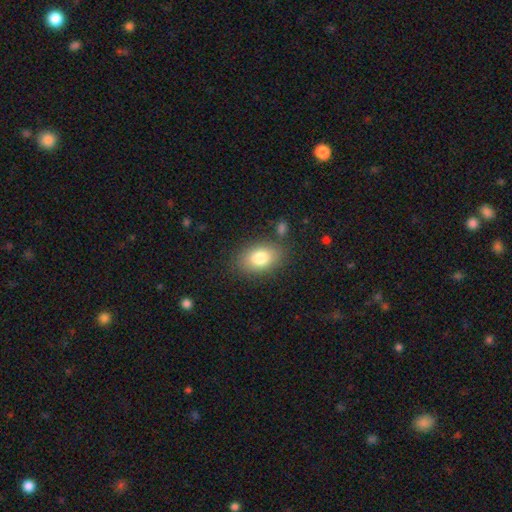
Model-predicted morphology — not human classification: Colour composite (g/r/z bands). It shows a smooth galaxy with no disk features (78%) that is in between round and cigar-shaped (80%). Merging: none (85%).